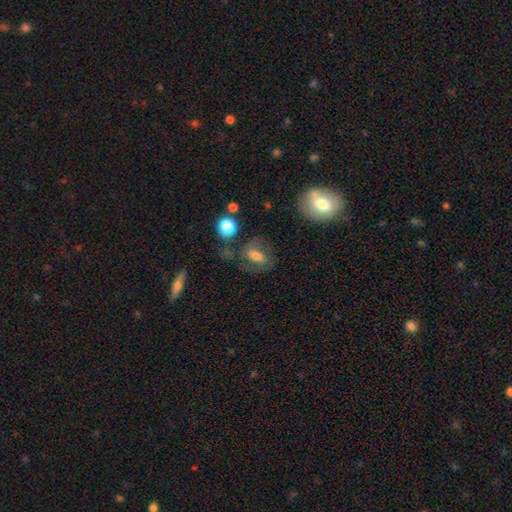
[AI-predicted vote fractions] Smooth or featured? smooth (52%)
How rounded? in between (64%)
Merging? none (57%)